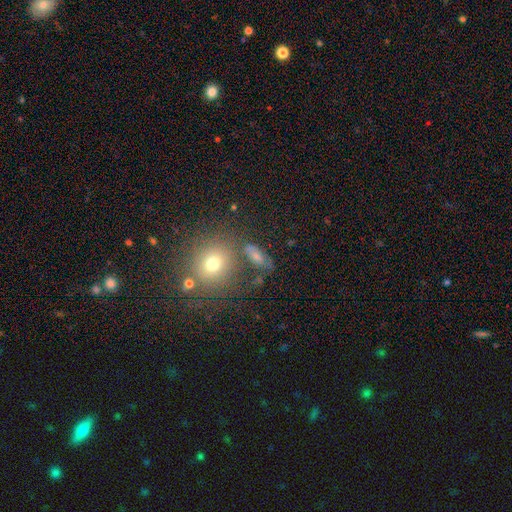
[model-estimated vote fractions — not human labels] Smooth or featured? Predicted: smooth (p=0.66). How rounded? Predicted: in between (p=0.63). Merging? Predicted: none (p=0.63).